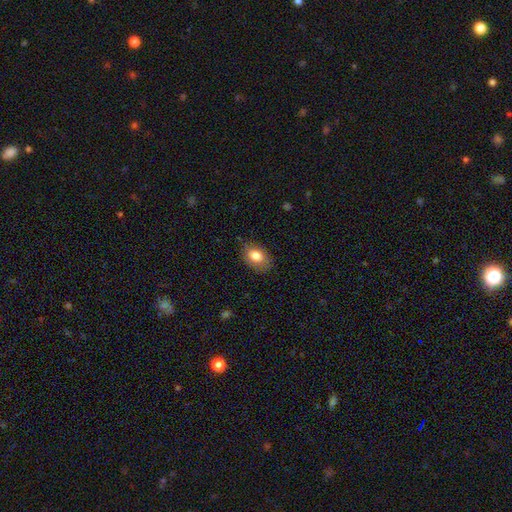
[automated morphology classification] Smooth or featured?
  - smooth: 81% *
  - featured or disk: 11%
  - star or artifact: 8%
How rounded?
  - in between: 82% *
  - round: 17%
  - cigar-shaped: 1%
Merging?
  - none: 80% *
  - minor disturbance: 16%
  - major disturbance: 4%
  - merger: 1%